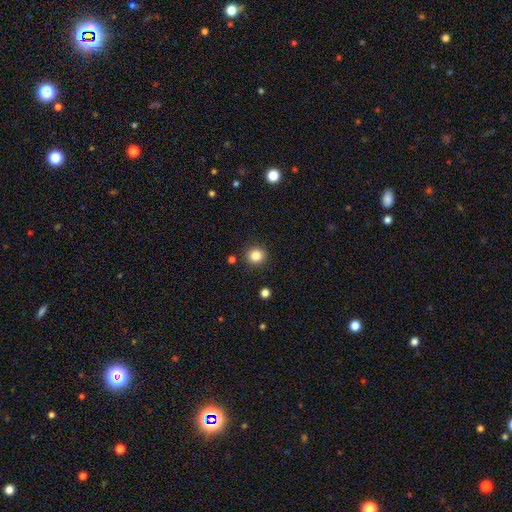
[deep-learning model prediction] The model was most divided on "smooth or featured": smooth: 84%, star or artifact: 11%, featured or disk: 5%. More confident: how rounded — round (92%); merging — none (90%).